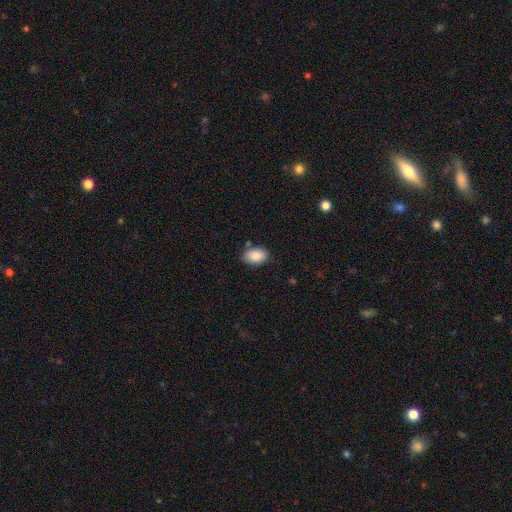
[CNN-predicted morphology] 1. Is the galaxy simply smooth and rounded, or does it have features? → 89% smooth, 7% star or artifact, 5% featured or disk.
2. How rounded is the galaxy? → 91% in between, 8% round, 1% cigar-shaped.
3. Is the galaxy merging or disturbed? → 80% none, 14% minor disturbance, 3% merger, 3% major disturbance.